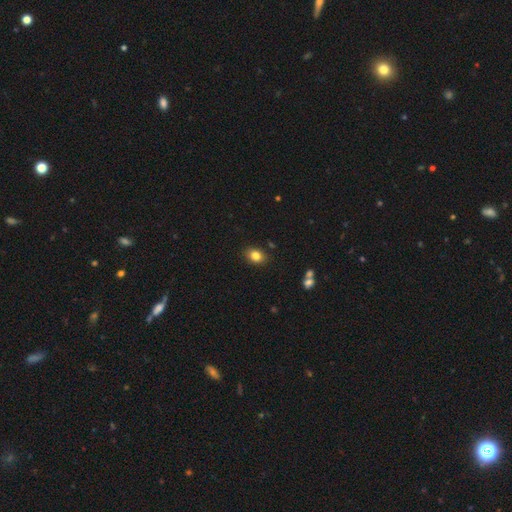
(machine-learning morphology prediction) A smooth galaxy with no disk features (82%) that is in between round and cigar-shaped (62%).

Vote fractions:
- Smooth or featured? smooth: 82% / star or artifact: 10% / featured or disk: 8%
- How rounded? in between: 62% / round: 37% / cigar-shaped: 1%
- Merging? none: 86% / minor disturbance: 10% / major disturbance: 2% / merger: 2%